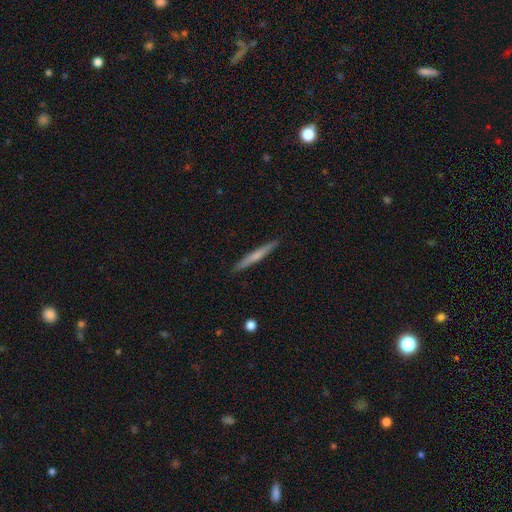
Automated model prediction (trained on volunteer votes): A smooth galaxy with no disk features (54%) that is cigar-shaped (96%). Merging: none (92%).